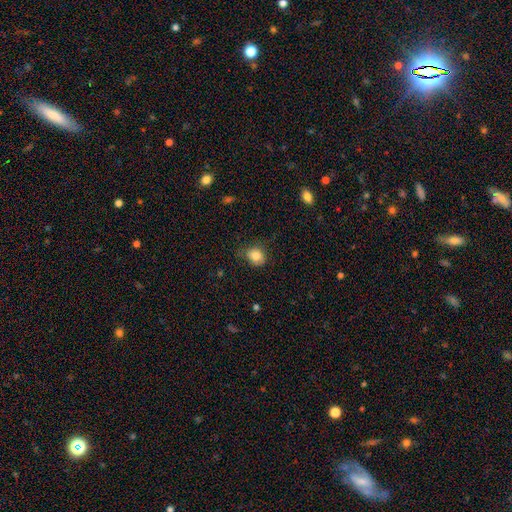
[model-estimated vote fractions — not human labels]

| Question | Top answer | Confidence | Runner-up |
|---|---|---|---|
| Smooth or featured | smooth | 83% | star or artifact (10%) |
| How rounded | round | 69% | in between (30%) |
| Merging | none | 70% | minor disturbance (23%) |